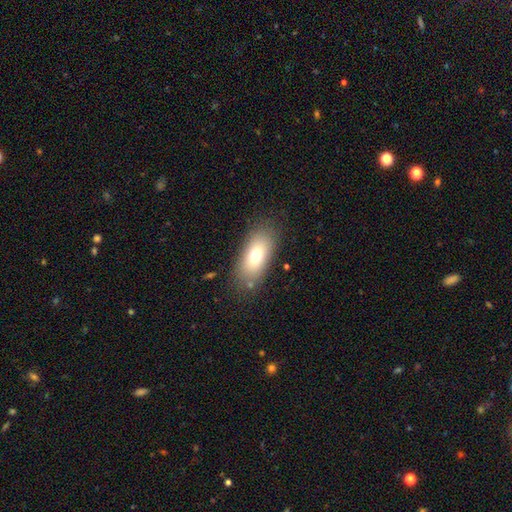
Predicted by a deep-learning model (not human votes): Smooth or featured? smooth (72%)
How rounded? in between (86%)
Merging? none (80%)